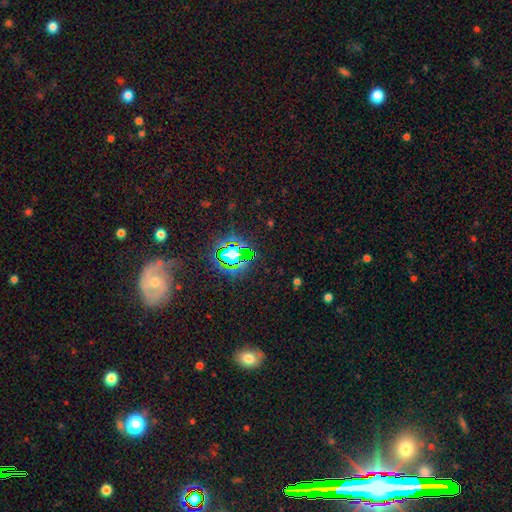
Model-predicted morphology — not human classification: The model was most divided on "smooth or featured": star or artifact: 60%, featured or disk: 22%, smooth: 19%.